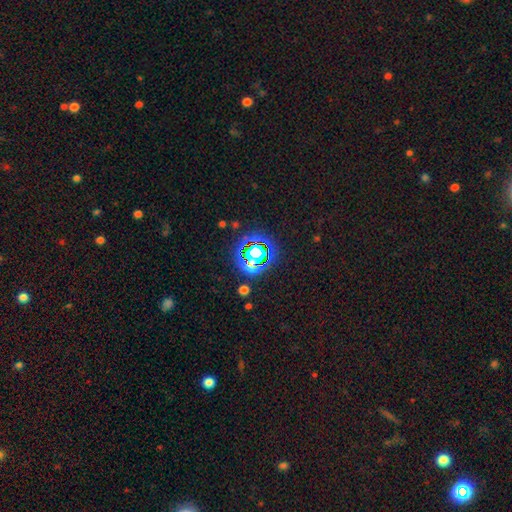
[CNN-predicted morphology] star or artifact 66%, smooth 22%, featured or disk 12%.